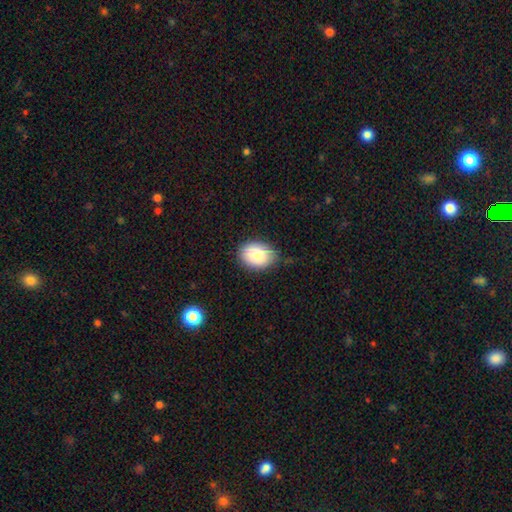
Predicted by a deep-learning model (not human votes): Q: Smooth or featured?
A: smooth (83%); runner-up: featured or disk (10%)
Q: How rounded?
A: in between (73%); runner-up: round (26%)
Q: Merging?
A: none (75%); runner-up: minor disturbance (21%)